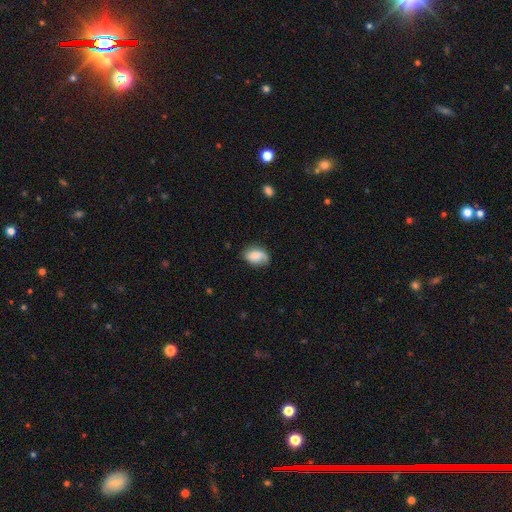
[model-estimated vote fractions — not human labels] Smooth or featured?
  - smooth: 78% *
  - featured or disk: 15%
  - star or artifact: 7%
How rounded?
  - in between: 88% *
  - round: 11%
  - cigar-shaped: 1%
Merging?
  - none: 65% *
  - minor disturbance: 26%
  - major disturbance: 7%
  - merger: 2%